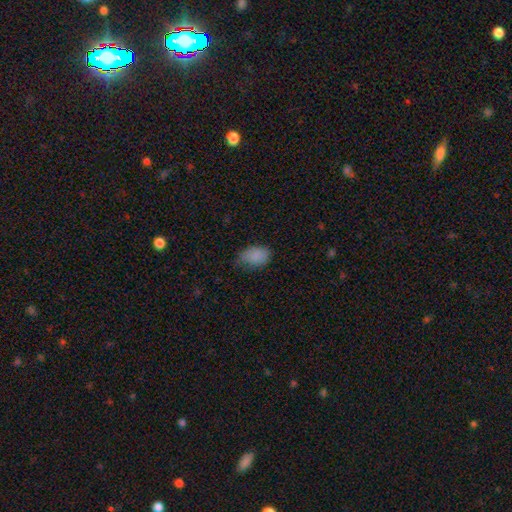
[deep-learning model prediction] smooth 85%, star or artifact 9%, featured or disk 6%. Down the decision tree: how rounded — in between (84%); merging — none (54%).